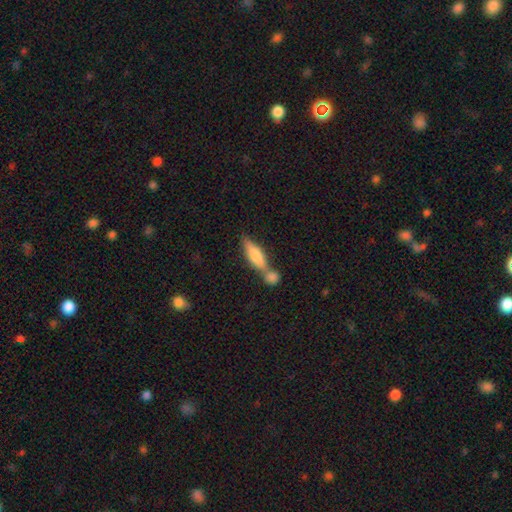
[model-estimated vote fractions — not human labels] This is likely a smooth galaxy (65%). How rounded: possibly cigar-shaped (59%). Merging: marginally merger (44%).